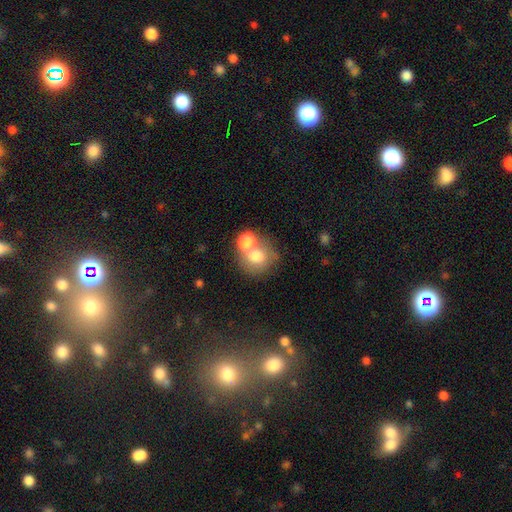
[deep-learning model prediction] Smooth or featured? Predicted: smooth (p=0.72). How rounded? Predicted: round (p=0.78). Merging? Predicted: merger (p=0.44).